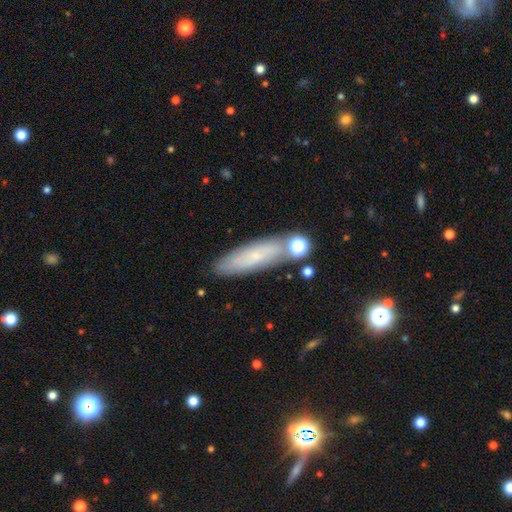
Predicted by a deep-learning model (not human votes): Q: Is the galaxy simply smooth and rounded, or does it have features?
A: smooth — 57%.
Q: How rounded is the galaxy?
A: cigar-shaped — 65%.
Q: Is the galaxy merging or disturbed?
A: none — 73%.